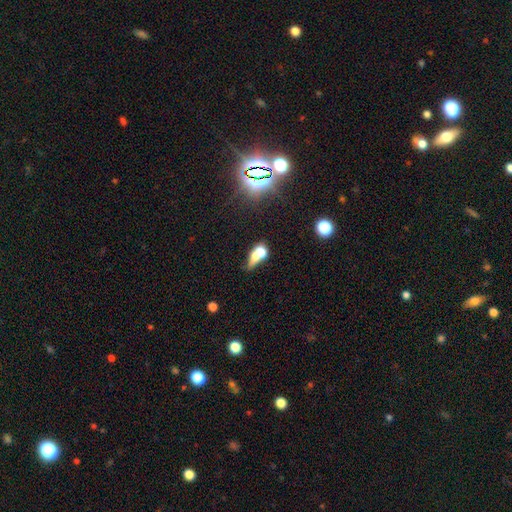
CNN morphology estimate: Smooth or featured: smooth — 60% (featured or disk — 27%)
How rounded: in between — 55% (round — 34%)
Merging: merger — 61% (none — 20%)